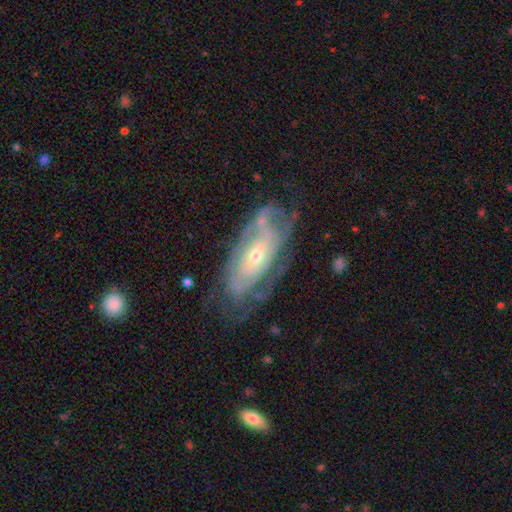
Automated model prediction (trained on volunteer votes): Smooth or featured? featured or disk (77%)
Edge-on disk? no (90%)
Bar? no (71%)
Spiral arms? yes (80%)
Spiral winding? tight (65%)
Spiral arm count? can't tell (56%)
Bulge size? small (64%)
Merging? none (61%)